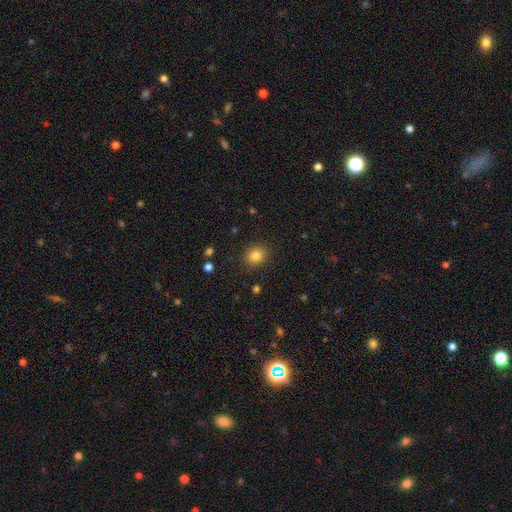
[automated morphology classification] Smooth or featured? Predicted: smooth (p=0.84). How rounded? Predicted: round (p=0.70). Merging? Predicted: none (p=0.88).